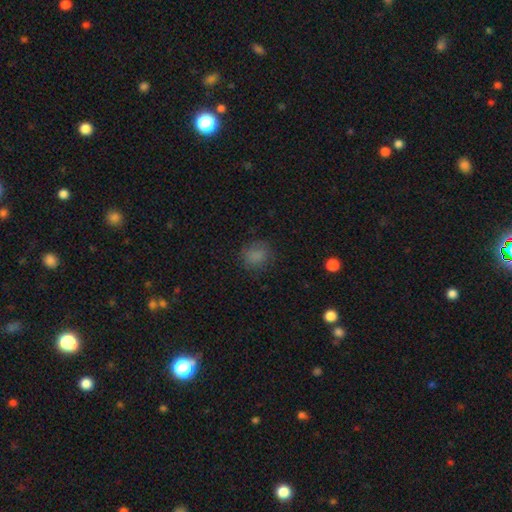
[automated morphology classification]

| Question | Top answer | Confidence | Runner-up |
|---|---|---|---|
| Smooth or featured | smooth | 82% | star or artifact (13%) |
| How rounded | round | 75% | in between (24%) |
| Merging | none | 79% | minor disturbance (15%) |